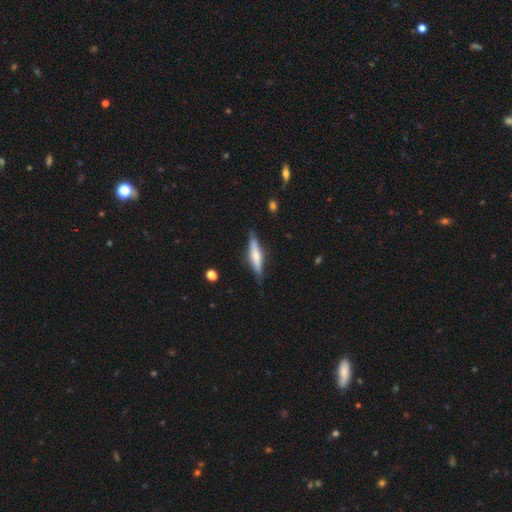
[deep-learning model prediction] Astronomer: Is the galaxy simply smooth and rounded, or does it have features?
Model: smooth — 49% (runner-up: featured or disk, 45%).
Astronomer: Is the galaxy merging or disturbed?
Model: none — 81%.